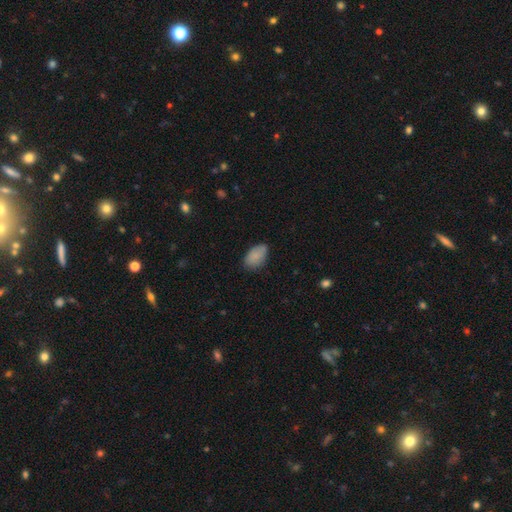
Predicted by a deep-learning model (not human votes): Q: Smooth or featured?
A: smooth (86%); runner-up: star or artifact (7%)
Q: How rounded?
A: in between (92%); runner-up: round (7%)
Q: Merging?
A: none (74%); runner-up: minor disturbance (21%)